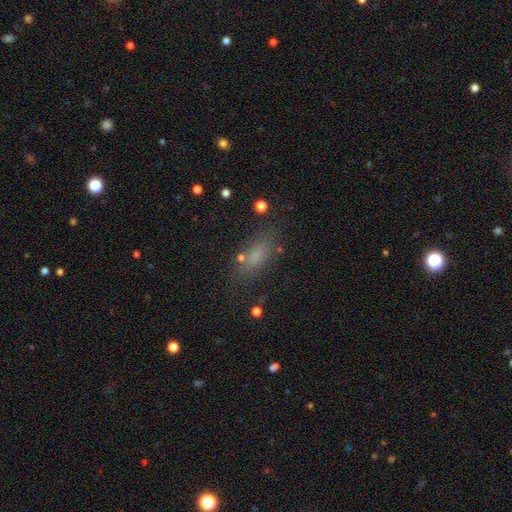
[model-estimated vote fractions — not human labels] A smooth galaxy with no disk features (74%) that is in between round and cigar-shaped (75%).

Vote fractions:
- Smooth or featured? smooth: 74% / star or artifact: 16% / featured or disk: 10%
- How rounded? in between: 75% / cigar-shaped: 18% / round: 7%
- Merging? none: 74% / minor disturbance: 14% / major disturbance: 7% / merger: 4%